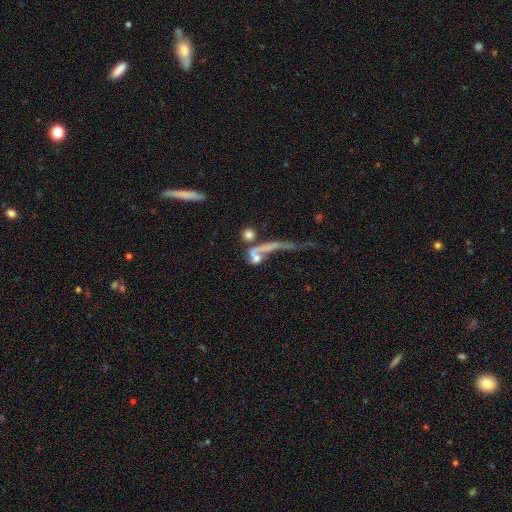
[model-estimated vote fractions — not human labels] Morphology: type=smooth (48%); merging=merger (39%).